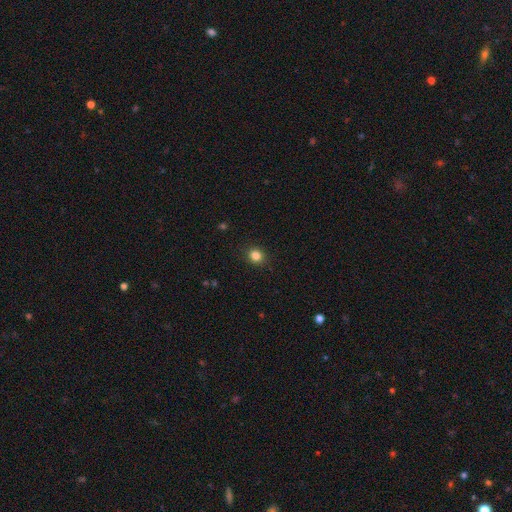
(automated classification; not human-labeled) A smooth galaxy with no disk features (84%) that is round (84%). Merging: none (90%).